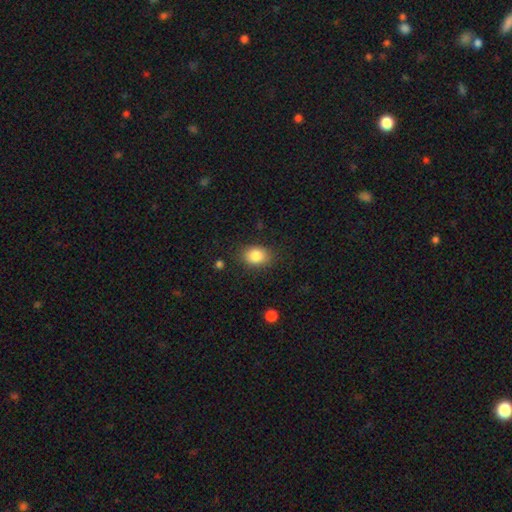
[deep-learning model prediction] This appears to be a smooth galaxy with no disk features (86%) that is in between round and cigar-shaped (66%). Merging: none (82%).